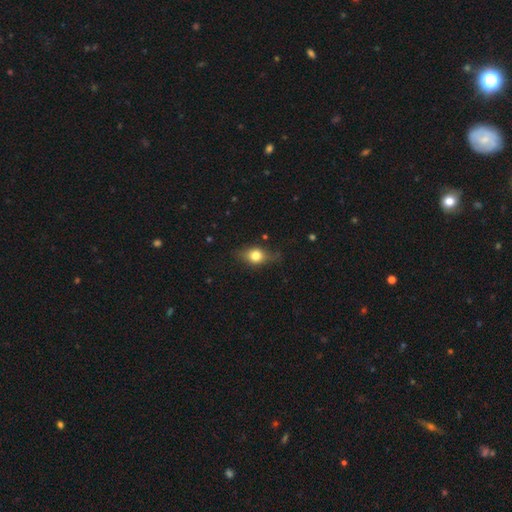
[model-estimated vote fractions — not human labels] smooth 70%, featured or disk 21%, star or artifact 9%. Down the decision tree: how rounded — in between (59%); merging — none (68%).